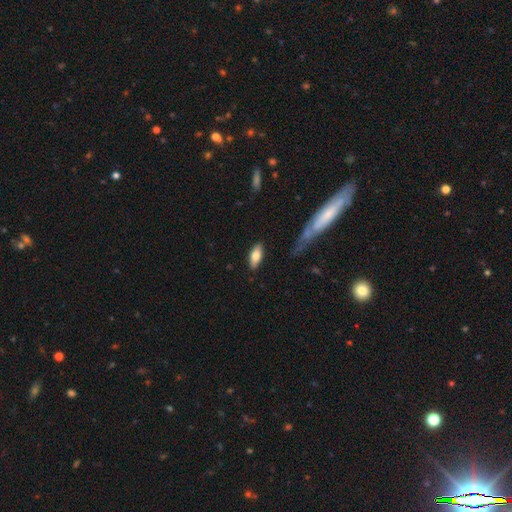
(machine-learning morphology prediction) Q: Smooth or featured?
A: smooth (76%); runner-up: featured or disk (18%)
Q: How rounded?
A: in between (82%); runner-up: cigar-shaped (16%)
Q: Merging?
A: none (84%); runner-up: minor disturbance (11%)